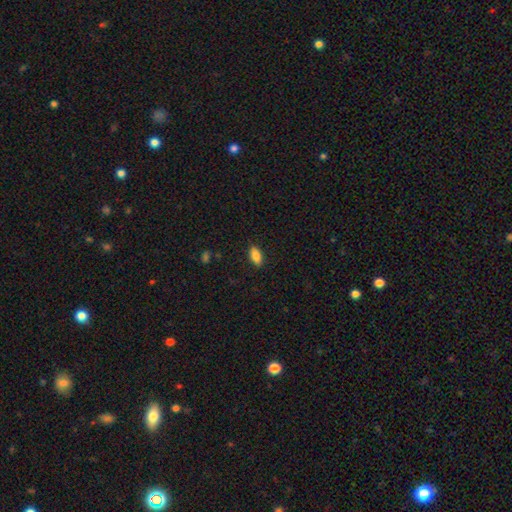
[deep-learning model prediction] Smooth or featured? Predicted: smooth (p=0.82). How rounded? Predicted: in between (p=0.86). Merging? Predicted: none (p=0.88).